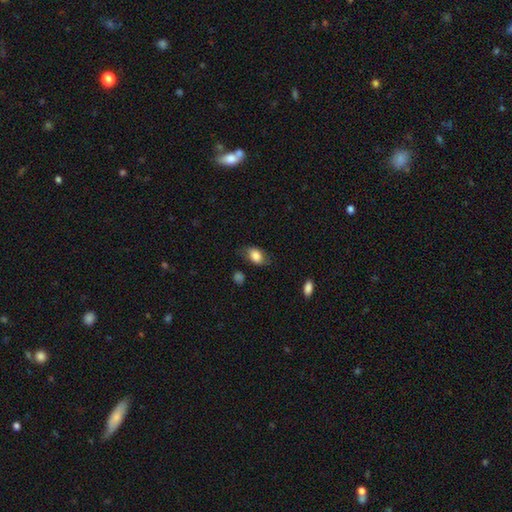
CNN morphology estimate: type=smooth (80%); roundness=in between (86%); merging=none (69%).